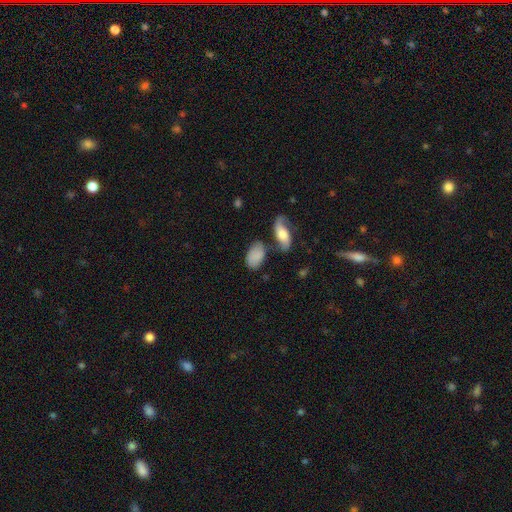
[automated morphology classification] Smooth or featured: smooth — 76% (featured or disk — 17%)
How rounded: in between — 92% (round — 6%)
Merging: none — 54% (minor disturbance — 21%)